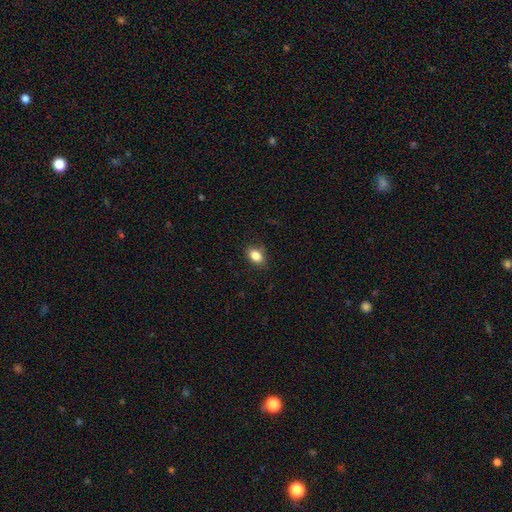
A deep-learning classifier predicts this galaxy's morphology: smooth 85%, star or artifact 9%, featured or disk 6%. Down the decision tree: how rounded — in between (81%); merging — none (84%).